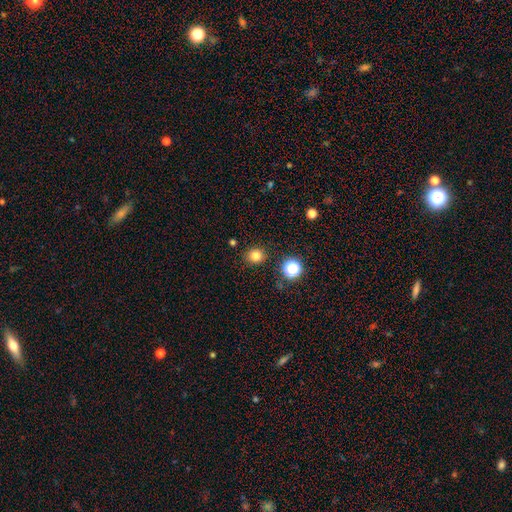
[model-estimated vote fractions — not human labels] Smooth or featured? Predicted: smooth (p=0.80). How rounded? Predicted: round (p=0.83). Merging? Predicted: none (p=0.89).